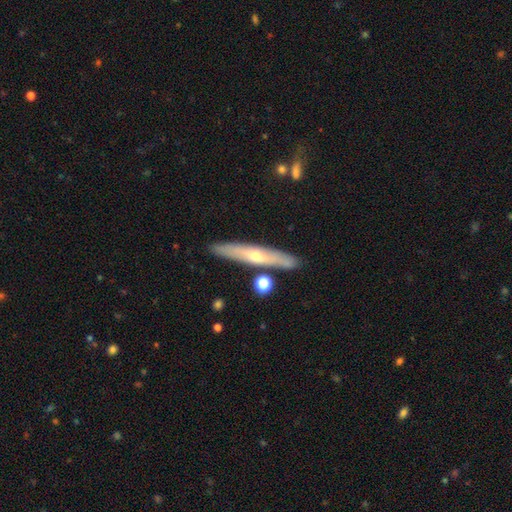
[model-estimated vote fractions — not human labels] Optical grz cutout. It shows a featured or disk galaxy (56%) viewed edge-on (85%). Merging: none (85%).